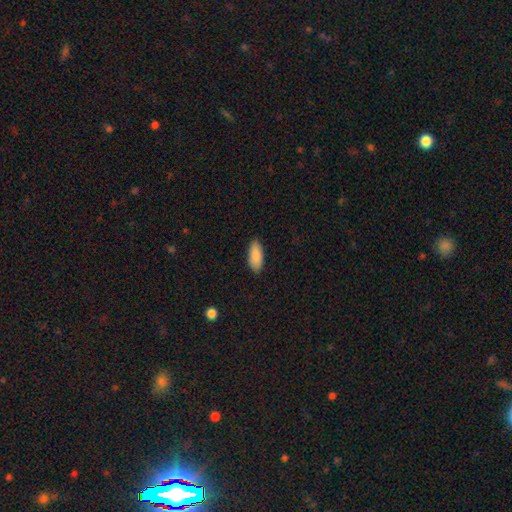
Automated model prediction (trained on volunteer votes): Smooth or featured: smooth — 89% (star or artifact — 6%)
How rounded: in between — 85% (cigar-shaped — 13%)
Merging: none — 88% (minor disturbance — 9%)